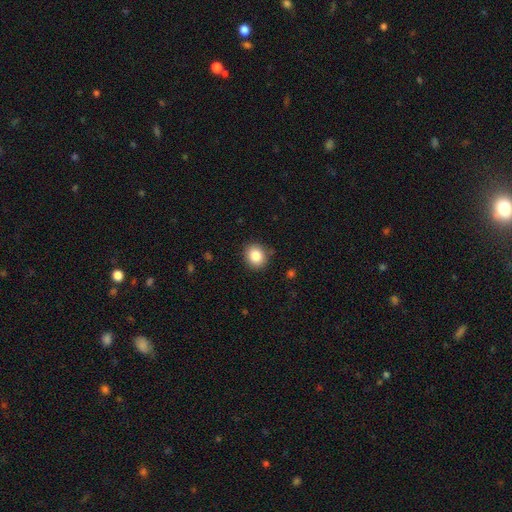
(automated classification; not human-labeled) Overall: smooth (85%). How rounded: round (70%). Merging: none (88%).